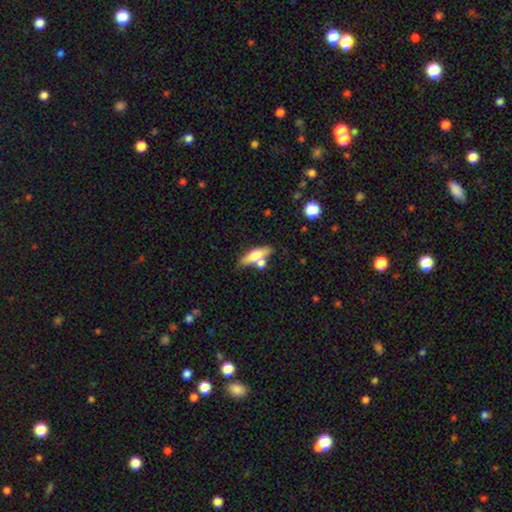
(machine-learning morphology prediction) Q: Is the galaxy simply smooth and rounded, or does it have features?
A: featured or disk — 47%, tied with smooth.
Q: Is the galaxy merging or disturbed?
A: none — 56%.